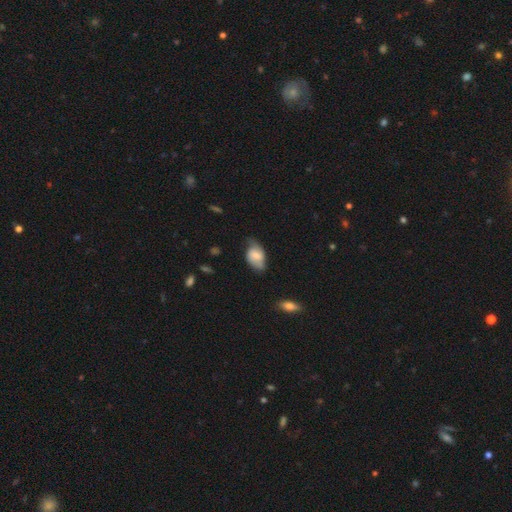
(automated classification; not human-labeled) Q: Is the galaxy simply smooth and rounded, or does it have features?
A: smooth — 60%.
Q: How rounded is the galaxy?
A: in between — 87%.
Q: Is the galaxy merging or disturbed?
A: none — 50%.